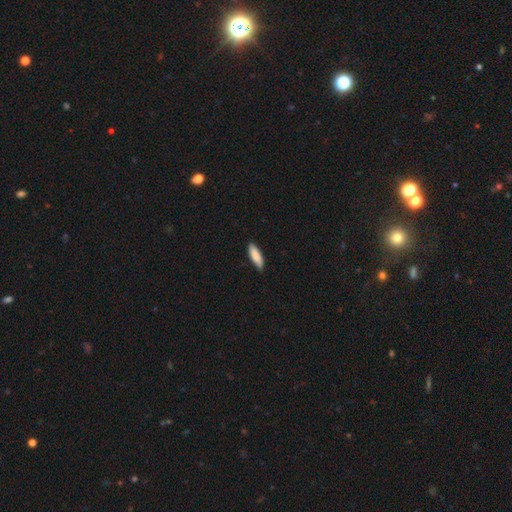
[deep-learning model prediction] This appears to be a smooth galaxy with no disk features (85%) that is in between round and cigar-shaped (51%). Merging: none (85%).